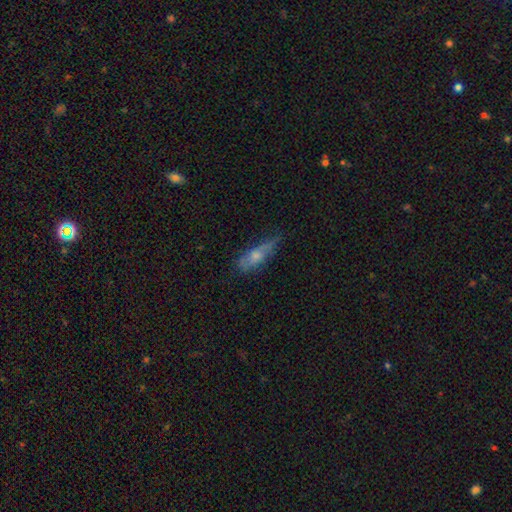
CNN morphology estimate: A smooth galaxy with no disk features (57%) that is in between round and cigar-shaped (51%). Merging: none (48%).